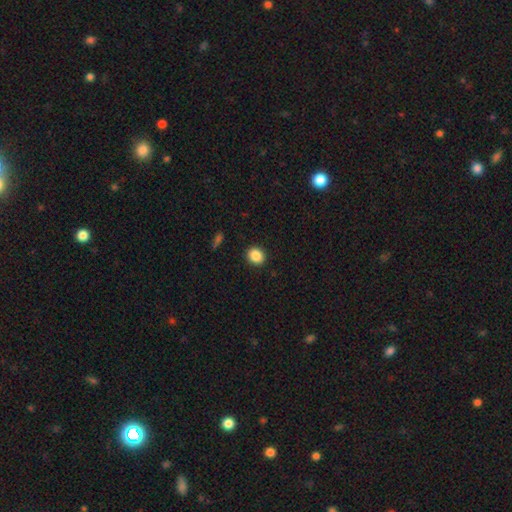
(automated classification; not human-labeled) smooth-or-featured: smooth: 87% | star or artifact: 9% | featured or disk: 4%
  how-rounded: round: 67% | in between: 32% | cigar-shaped: 1%
  merging: none: 91% | minor disturbance: 6% | major disturbance: 2% | merger: 1%